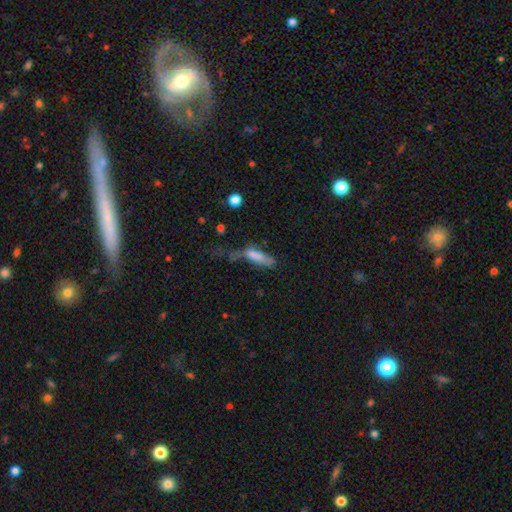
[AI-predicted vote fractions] The model was most divided on "how rounded": cigar-shaped: 52%, in between: 45%, round: 3%. Remaining: smooth or featured — smooth (70%); merging — major disturbance (43%).